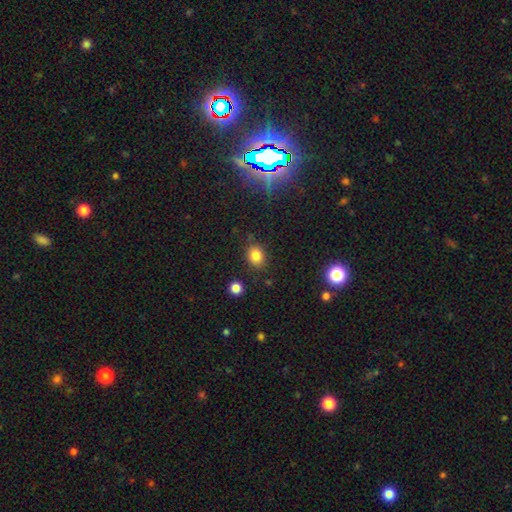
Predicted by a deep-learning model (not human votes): Morphology: type=smooth (81%); roundness=in between (50%); merging=none (79%).